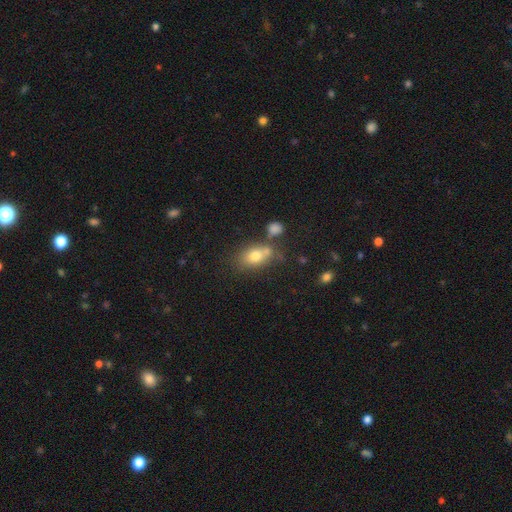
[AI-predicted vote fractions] This is likely a smooth galaxy (75%). How rounded: likely in between (77%). Merging: possibly none (50%).